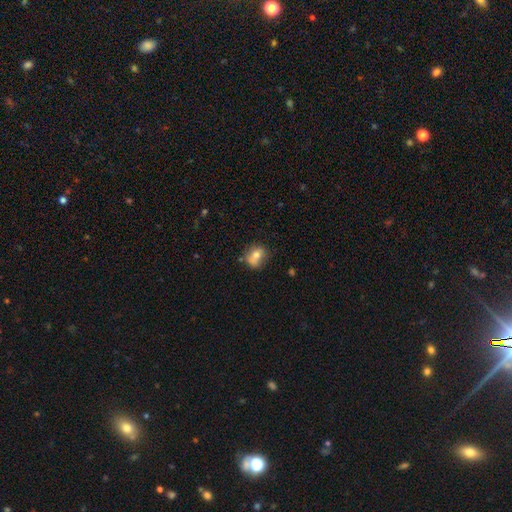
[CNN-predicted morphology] This appears to be a smooth galaxy with no disk features (72%) that is round (58%). Merging: none (54%).